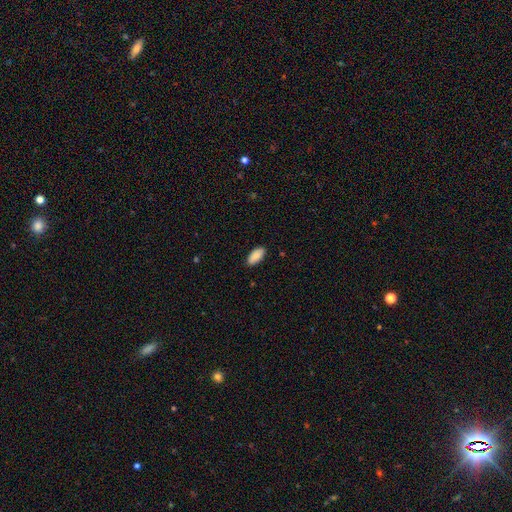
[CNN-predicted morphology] smooth_or_featured: smooth (p=0.90) [alt: star or artifact p=0.06]
how_rounded: in between (p=0.92) [alt: cigar-shaped p=0.06]
merging: none (p=0.86) [alt: minor disturbance p=0.11]